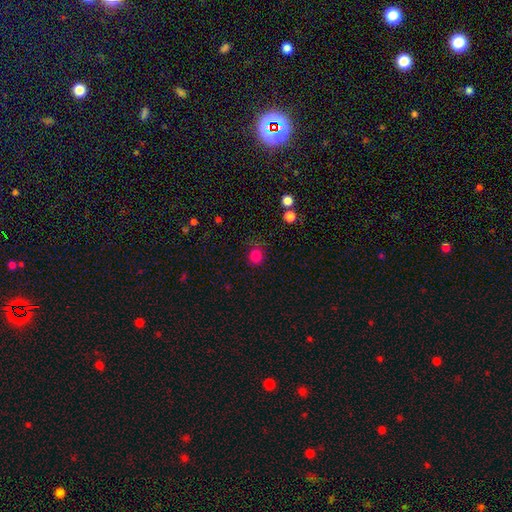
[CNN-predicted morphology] A smooth galaxy with no disk features (81%) that is round (85%).

Vote fractions:
- Smooth or featured? smooth: 81% / star or artifact: 15% / featured or disk: 4%
- How rounded? round: 85% / in between: 14% / cigar-shaped: 1%
- Merging? none: 79% / minor disturbance: 14% / major disturbance: 5% / merger: 2%